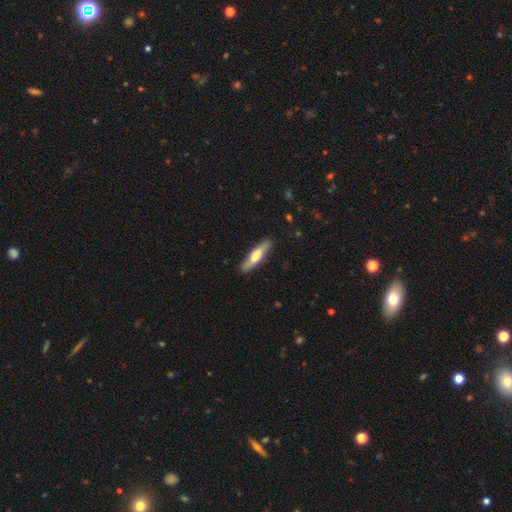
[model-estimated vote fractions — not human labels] Smooth or featured: smooth — 56% (featured or disk — 39%)
How rounded: cigar-shaped — 78% (in between — 21%)
Merging: none — 87% (minor disturbance — 10%)